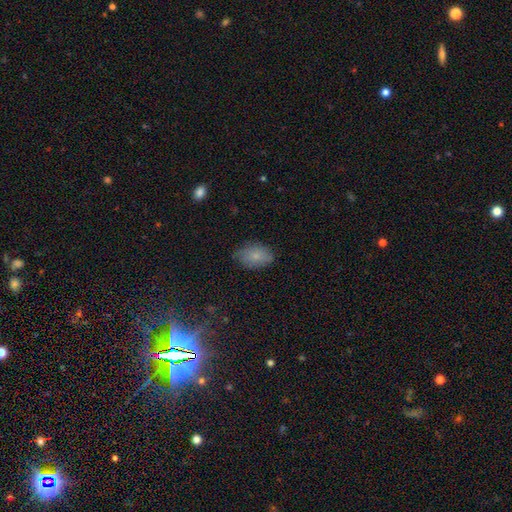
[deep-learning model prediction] This is likely a smooth galaxy (80%). How rounded: clearly in between (87%). Merging: likely none (75%).